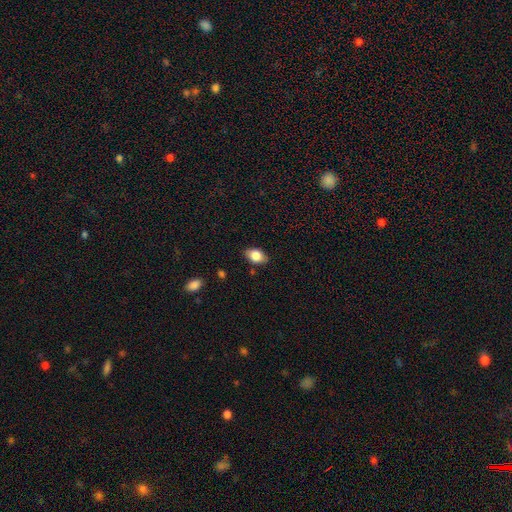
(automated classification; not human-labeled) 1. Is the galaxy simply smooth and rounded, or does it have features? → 83% smooth, 9% featured or disk, 8% star or artifact.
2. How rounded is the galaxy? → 85% in between, 14% round, 2% cigar-shaped.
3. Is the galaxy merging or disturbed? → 82% none, 14% minor disturbance, 3% major disturbance, 2% merger.